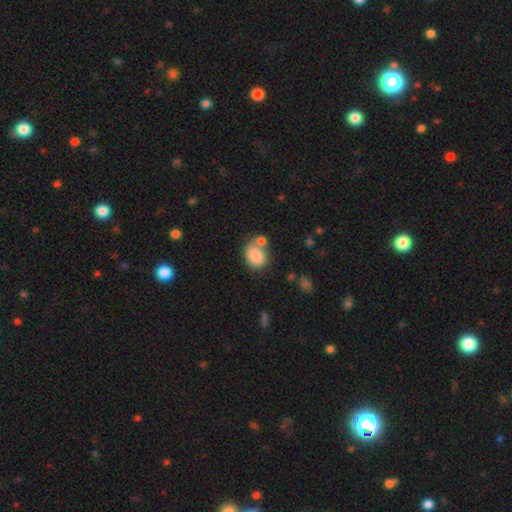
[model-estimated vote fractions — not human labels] Smooth or featured?
  - smooth: 84% *
  - star or artifact: 8%
  - featured or disk: 8%
How rounded?
  - in between: 66% *
  - round: 33%
  - cigar-shaped: 1%
Merging?
  - none: 49% *
  - merger: 30%
  - minor disturbance: 15%
  - major disturbance: 6%